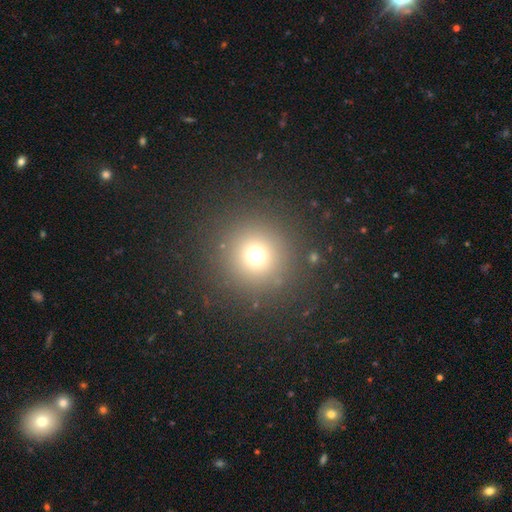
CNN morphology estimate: Smooth or featured: smooth — 69% (star or artifact — 22%)
How rounded: round — 96% (in between — 3%)
Merging: none — 88% (minor disturbance — 6%)